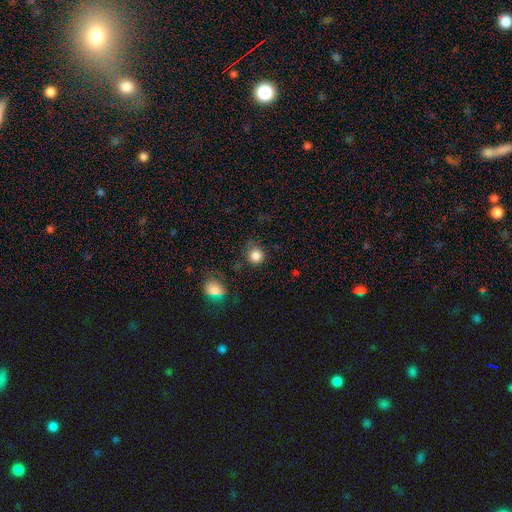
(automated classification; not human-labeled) The model was most divided on "merging": none: 76%, minor disturbance: 15%, major disturbance: 5%, merger: 4%. More confident: how rounded — round (91%); smooth or featured — smooth (84%).